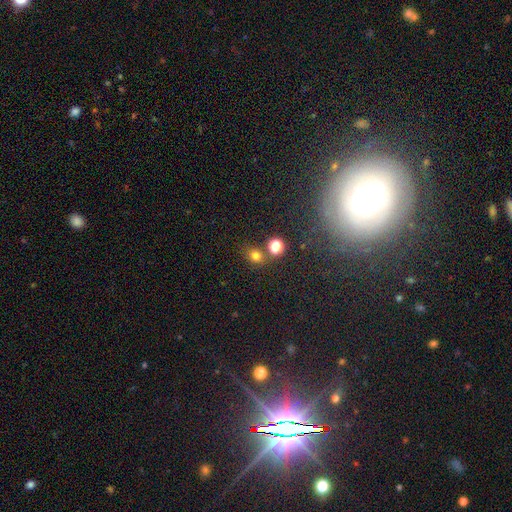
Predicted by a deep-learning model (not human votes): smooth 74%, star or artifact 19%, featured or disk 7%. Down the decision tree: how rounded — round (69%); merging — none (72%).